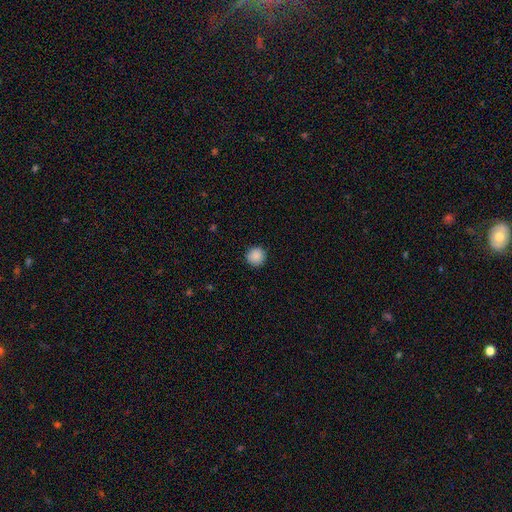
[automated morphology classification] smooth-or-featured: smooth: 88% | star or artifact: 9% | featured or disk: 3%
  how-rounded: round: 95% | in between: 4% | cigar-shaped: 1%
  merging: none: 91% | minor disturbance: 6% | major disturbance: 2% | merger: 1%